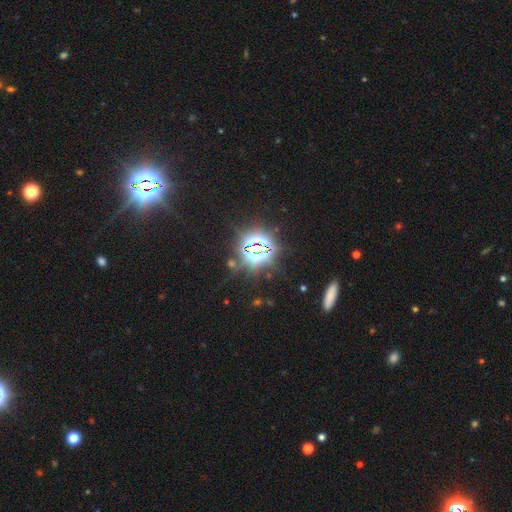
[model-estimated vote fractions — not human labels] Q: Smooth or featured?
A: star or artifact (80%); runner-up: smooth (12%)